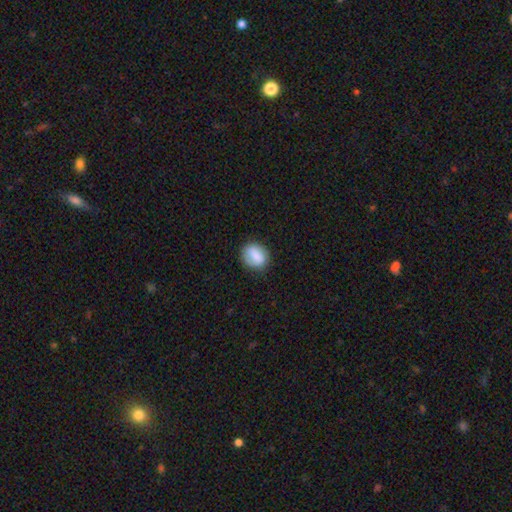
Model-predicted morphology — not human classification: Smooth or featured? smooth (82%)
How rounded? round (53%)
Merging? none (79%)